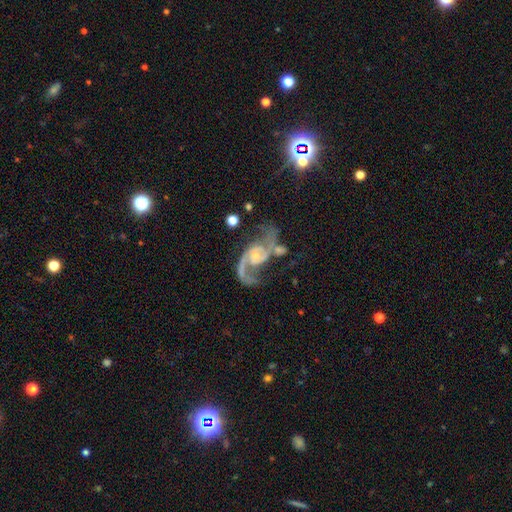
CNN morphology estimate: Smooth or featured?
  - featured or disk: 89% *
  - star or artifact: 7%
  - smooth: 4%
Edge-on disk?
  - no: 98% *
  - yes: 2%
Bar?
  - no: 57% *
  - weak: 34%
  - strong: 9%
Spiral arms?
  - yes: 97% *
  - no: 3%
Spiral winding?
  - medium: 49% *
  - loose: 38%
  - tight: 13%
Spiral arm count?
  - 2: 87% *
  - 1: 7%
  - can't tell: 3%
  - 3: 2%
  - 4: 1%
  - more than 4: 1%
Bulge size?
  - small: 62% *
  - moderate: 22%
  - none: 12%
  - large: 2%
  - dominant: 1%
Merging?
  - none: 45% *
  - major disturbance: 23%
  - minor disturbance: 19%
  - merger: 14%